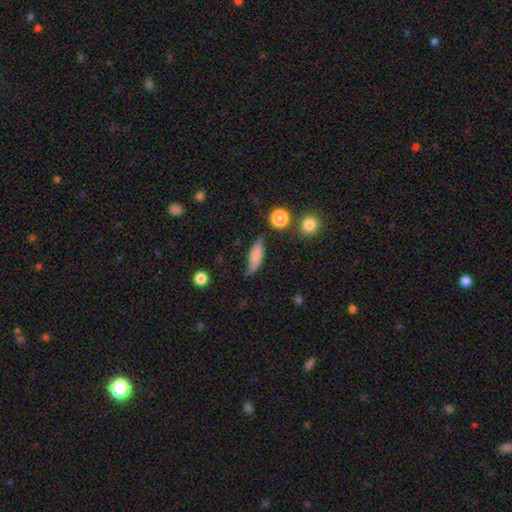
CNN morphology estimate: smooth_or_featured: smooth (p=0.72) [alt: featured or disk p=0.19]
how_rounded: in between (p=0.60) [alt: cigar-shaped p=0.36]
merging: none (p=0.63) [alt: minor disturbance p=0.27]